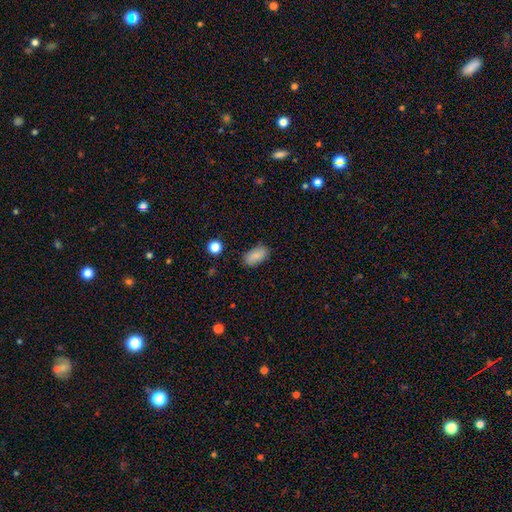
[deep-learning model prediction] Overall: smooth (85%). How rounded: in between (93%). Merging: none (84%).